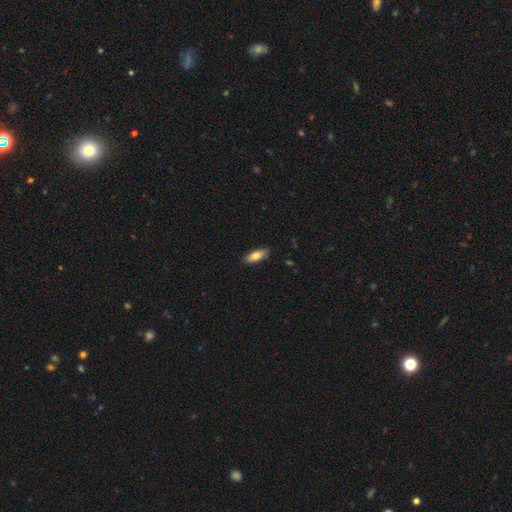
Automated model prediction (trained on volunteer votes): Smooth or featured?
  - smooth: 79% *
  - featured or disk: 15%
  - star or artifact: 6%
How rounded?
  - in between: 68% *
  - cigar-shaped: 30%
  - round: 2%
Merging?
  - none: 87% *
  - minor disturbance: 10%
  - major disturbance: 2%
  - merger: 1%